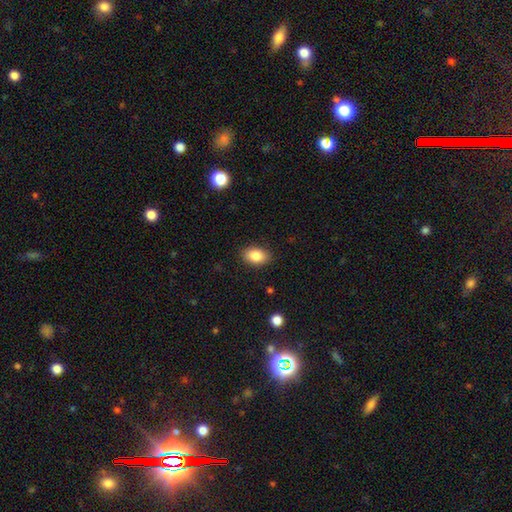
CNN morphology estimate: A smooth galaxy with no disk features (84%) that is in between round and cigar-shaped (86%). Merging: none (88%).